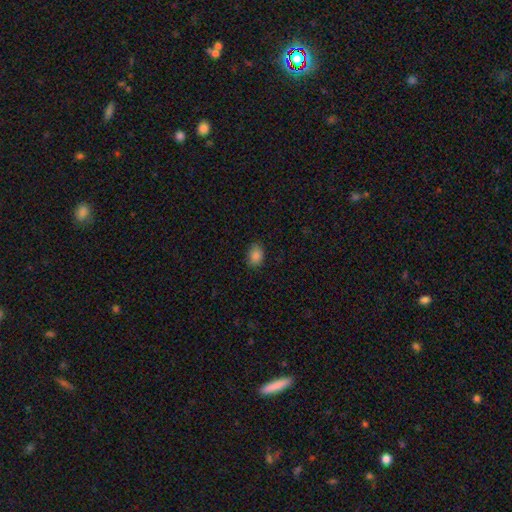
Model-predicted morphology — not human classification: Overall: smooth (86%). How rounded: in between (73%). Merging: none (84%).